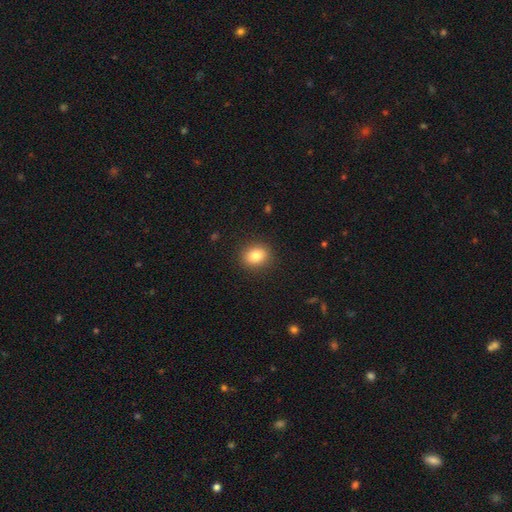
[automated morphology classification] smooth_or_featured: smooth (p=0.83) [alt: star or artifact p=0.10]
how_rounded: round (p=0.60) [alt: in between p=0.39]
merging: none (p=0.90) [alt: minor disturbance p=0.07]